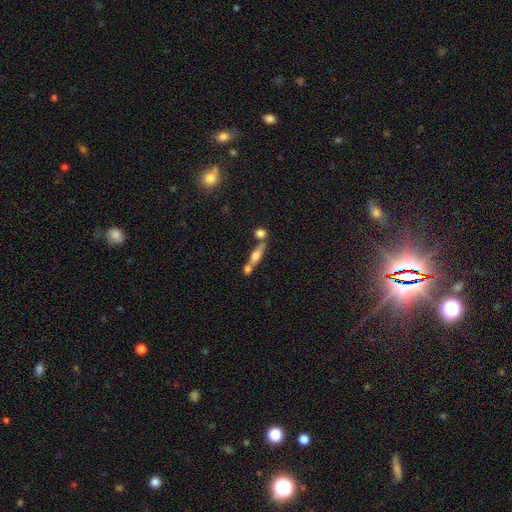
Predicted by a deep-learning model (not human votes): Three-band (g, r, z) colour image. It shows a featured or disk galaxy (48%). Merging: none (49%).